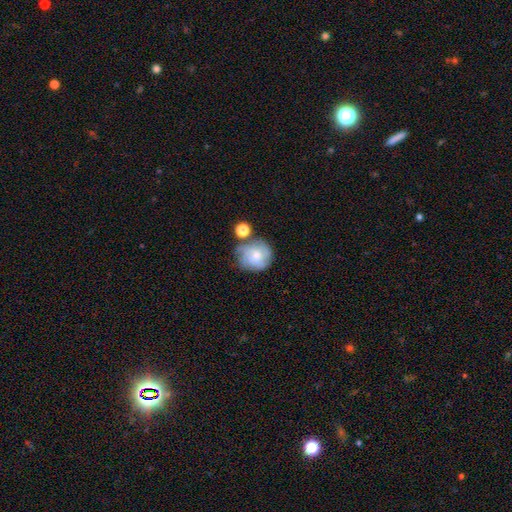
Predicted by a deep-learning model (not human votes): Smooth or featured?
  - smooth: 47% *
  - featured or disk: 43%
  - star or artifact: 10%
Merging?
  - none: 54% *
  - minor disturbance: 22%
  - merger: 13%
  - major disturbance: 10%